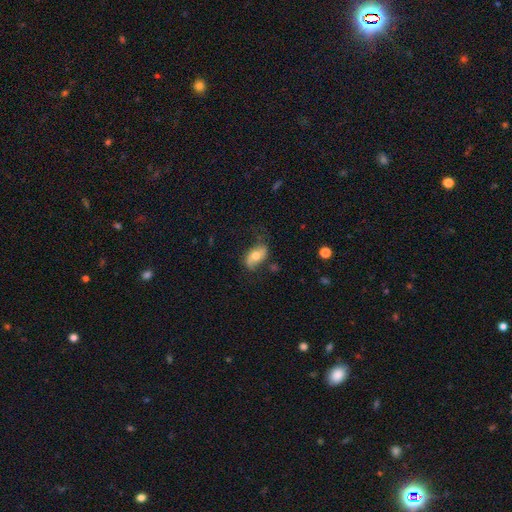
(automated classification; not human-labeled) Morphology: type=smooth (53%); roundness=in between (89%); merging=none (67%).